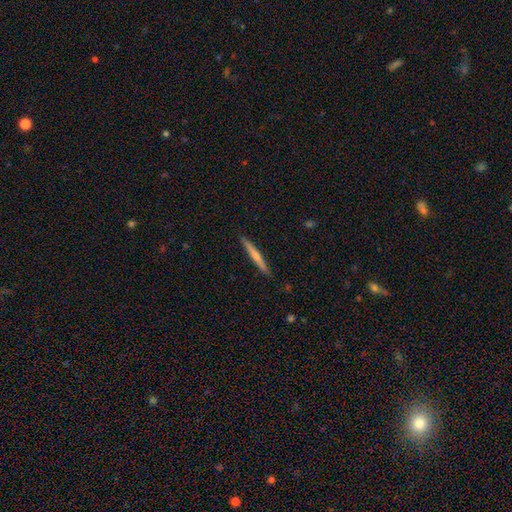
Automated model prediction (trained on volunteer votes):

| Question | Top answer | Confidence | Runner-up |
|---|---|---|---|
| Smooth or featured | smooth | 53% | featured or disk (42%) |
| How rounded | cigar-shaped | 96% | in between (3%) |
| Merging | none | 90% | minor disturbance (7%) |